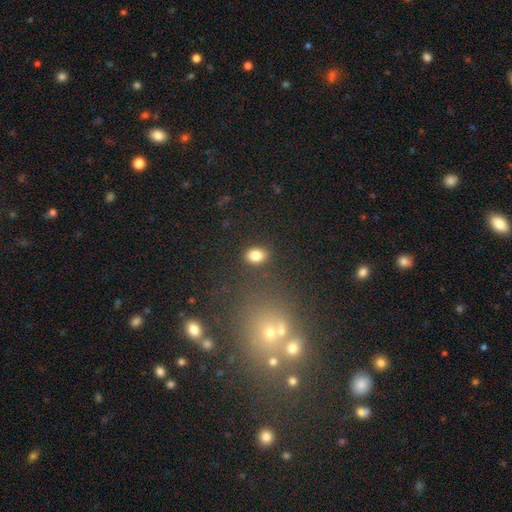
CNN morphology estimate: The model was most divided on "how rounded": in between: 64%, round: 34%, cigar-shaped: 1%. More confident: merging — none (84%); smooth or featured — smooth (83%).